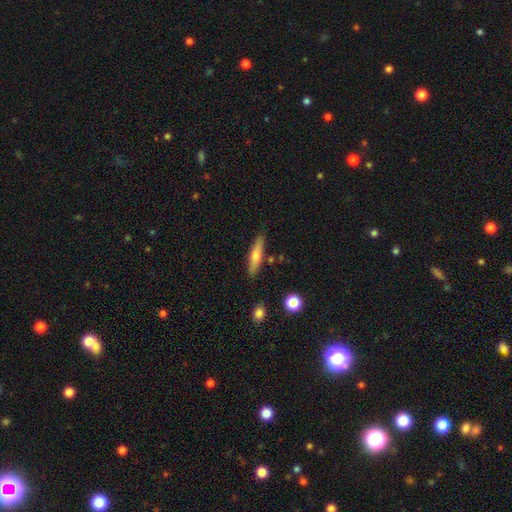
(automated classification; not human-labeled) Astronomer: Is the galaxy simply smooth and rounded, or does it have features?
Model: smooth — 67%.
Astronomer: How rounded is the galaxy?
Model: cigar-shaped — 79%.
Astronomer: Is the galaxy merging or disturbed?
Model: none — 82%.